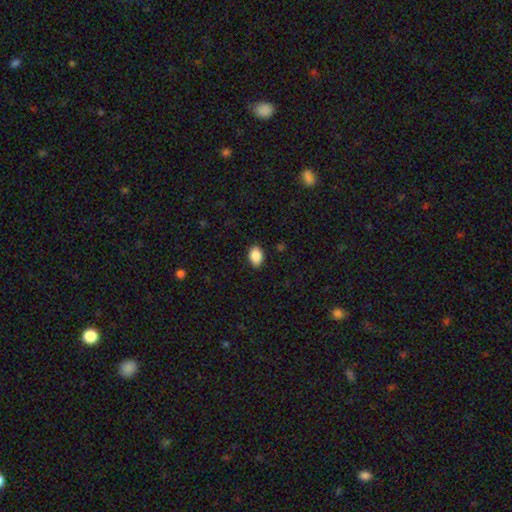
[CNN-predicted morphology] A smooth galaxy with no disk features (88%) that is in between round and cigar-shaped (78%). Merging: none (86%).